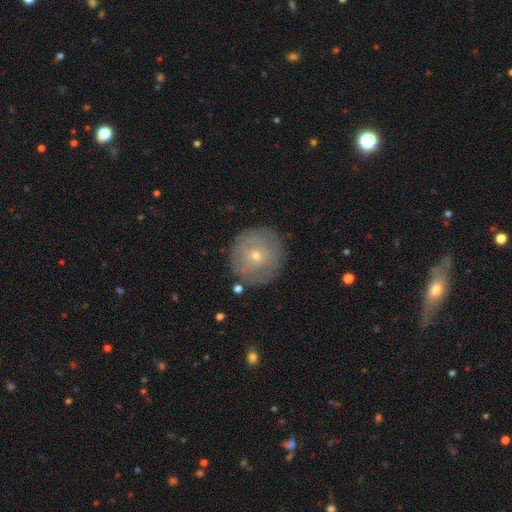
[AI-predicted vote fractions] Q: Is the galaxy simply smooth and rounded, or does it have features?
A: featured or disk — 48%.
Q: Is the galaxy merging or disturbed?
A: none — 83%.